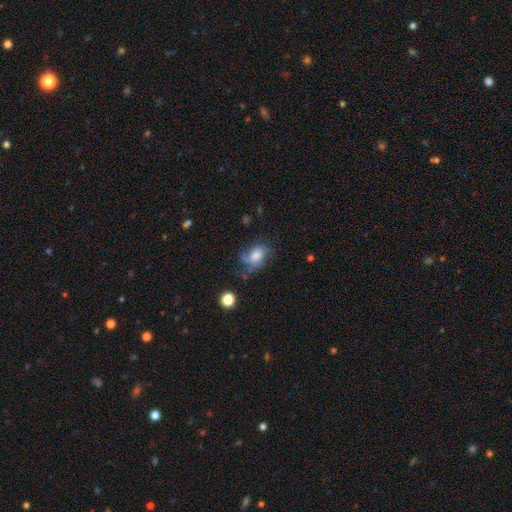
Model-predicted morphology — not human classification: featured or disk 44% (tied), smooth 44% (tied), star or artifact 12%. Down the decision tree: merging — none (47%).